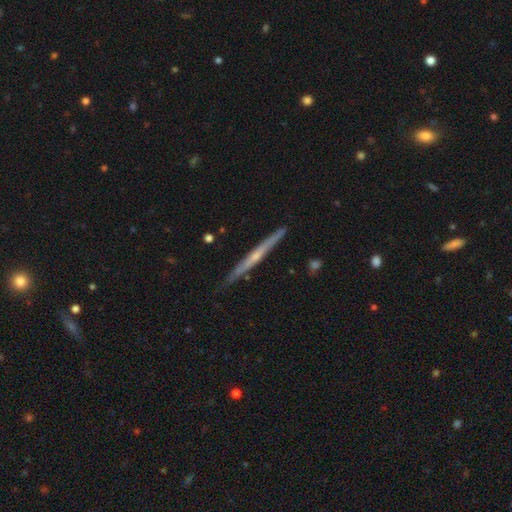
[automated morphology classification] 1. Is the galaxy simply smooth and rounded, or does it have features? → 68% featured or disk, 26% smooth, 6% star or artifact.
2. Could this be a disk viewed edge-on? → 97% yes, 3% no.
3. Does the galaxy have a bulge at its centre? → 50% none, 45% rounded, 4% boxy.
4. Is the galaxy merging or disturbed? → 86% none, 11% minor disturbance, 2% major disturbance, 1% merger.